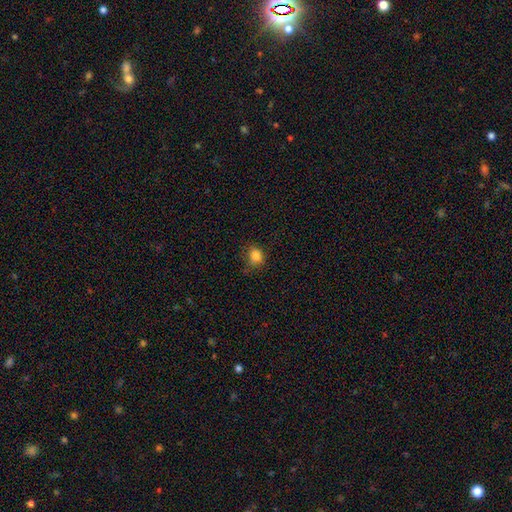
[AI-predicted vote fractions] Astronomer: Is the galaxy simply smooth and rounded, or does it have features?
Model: smooth — 84%.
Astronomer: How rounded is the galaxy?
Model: round — 66%.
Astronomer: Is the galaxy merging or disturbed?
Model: none — 73%.